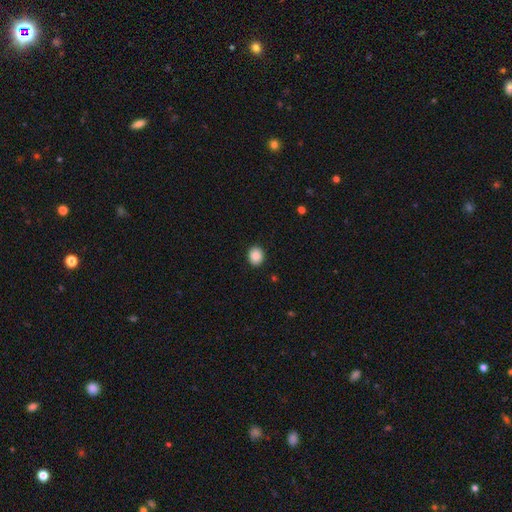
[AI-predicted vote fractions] The model was most divided on "how rounded": round: 69%, in between: 31%, cigar-shaped: 1%. More confident: merging — none (91%); smooth or featured — smooth (88%).